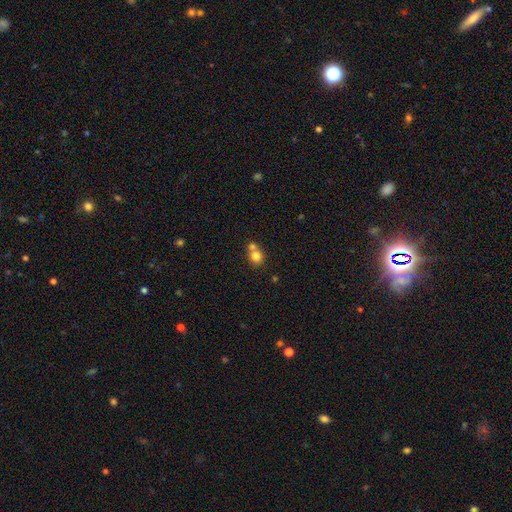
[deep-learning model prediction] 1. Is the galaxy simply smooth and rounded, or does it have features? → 79% smooth, 10% star or artifact, 10% featured or disk.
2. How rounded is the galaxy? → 82% round, 17% in between, 1% cigar-shaped.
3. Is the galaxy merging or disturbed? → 49% merger, 42% none, 7% minor disturbance, 3% major disturbance.